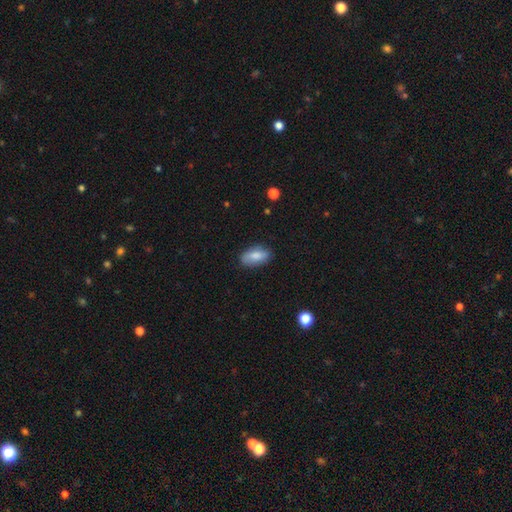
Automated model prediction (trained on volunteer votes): smooth 79%, featured or disk 14%, star or artifact 7%. Down the decision tree: how rounded — in between (91%); merging — none (78%).